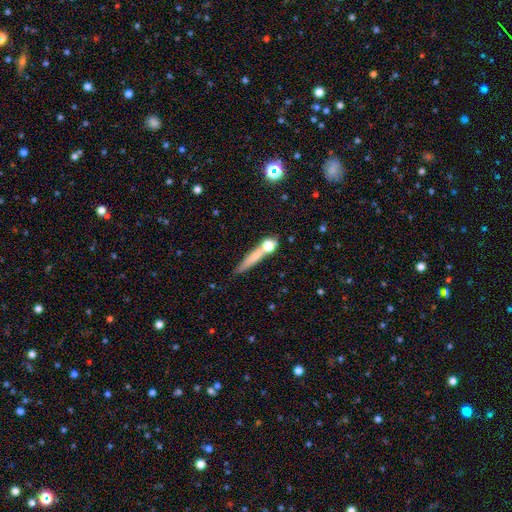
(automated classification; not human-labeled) smooth 58%, featured or disk 32%, star or artifact 10%. Down the decision tree: how rounded — cigar-shaped (83%); merging — none (62%).